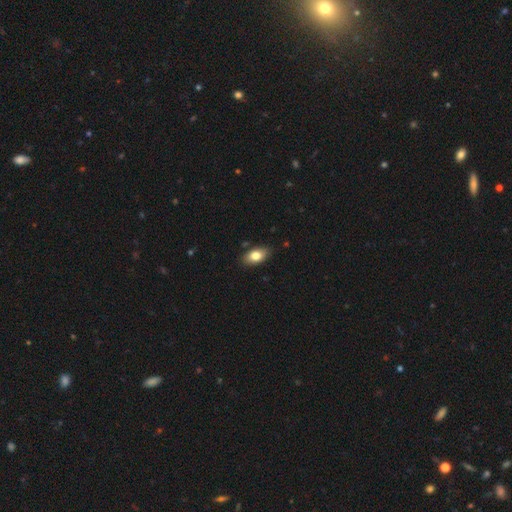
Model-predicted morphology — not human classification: This appears to be a smooth galaxy with no disk features (81%) that is in between round and cigar-shaped (90%). Merging: none (84%).